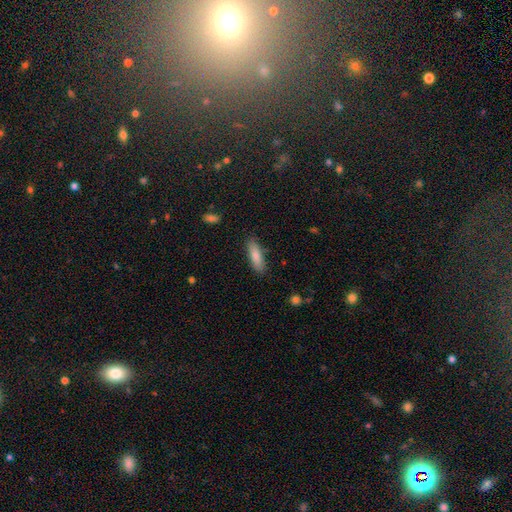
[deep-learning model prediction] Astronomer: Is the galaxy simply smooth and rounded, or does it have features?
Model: smooth — 83%.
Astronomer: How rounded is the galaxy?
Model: cigar-shaped — 56% (runner-up: in between, 42%).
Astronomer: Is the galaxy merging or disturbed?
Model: none — 85%.